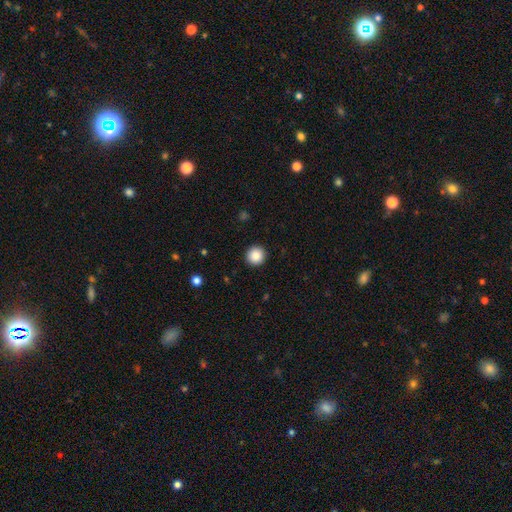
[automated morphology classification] Q: Smooth or featured?
A: smooth (88%); runner-up: star or artifact (9%)
Q: How rounded?
A: round (95%); runner-up: in between (4%)
Q: Merging?
A: none (92%); runner-up: minor disturbance (5%)